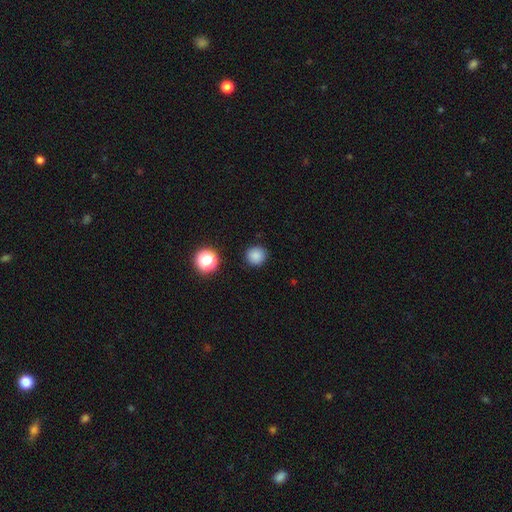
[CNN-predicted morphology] A smooth galaxy with no disk features (83%) that is round (93%).

Vote fractions:
- Smooth or featured? smooth: 83% / star or artifact: 13% / featured or disk: 4%
- How rounded? round: 93% / in between: 6% / cigar-shaped: 1%
- Merging? none: 90% / minor disturbance: 7% / major disturbance: 2% / merger: 1%